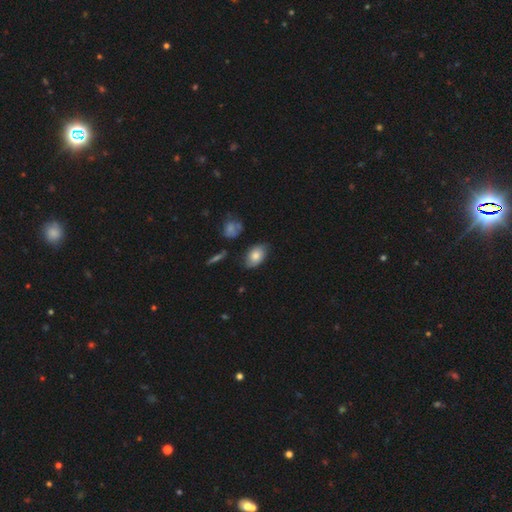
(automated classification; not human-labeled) smooth_or_featured: smooth (p=0.75) [alt: featured or disk p=0.18]
how_rounded: in between (p=0.89) [alt: round p=0.09]
merging: none (p=0.73) [alt: minor disturbance p=0.21]